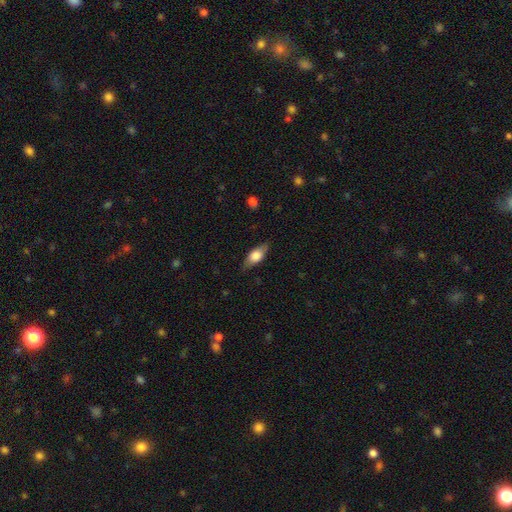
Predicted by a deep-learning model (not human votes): Q: Smooth or featured?
A: smooth (63%); runner-up: featured or disk (30%)
Q: How rounded?
A: in between (79%); runner-up: cigar-shaped (16%)
Q: Merging?
A: none (78%); runner-up: minor disturbance (17%)